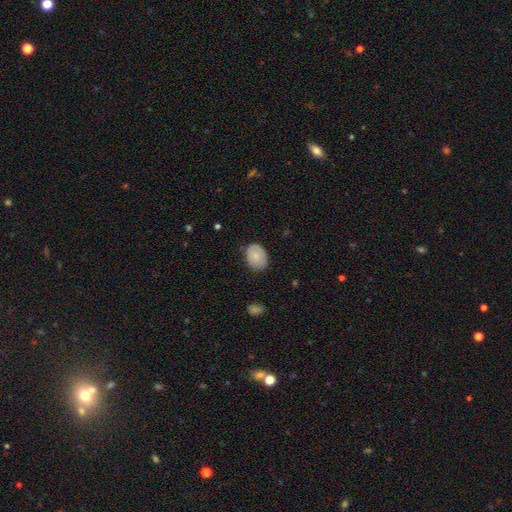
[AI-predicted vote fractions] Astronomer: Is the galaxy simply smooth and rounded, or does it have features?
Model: smooth — 81%.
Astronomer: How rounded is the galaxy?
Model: in between — 67%.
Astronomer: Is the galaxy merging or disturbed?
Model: none — 76%.